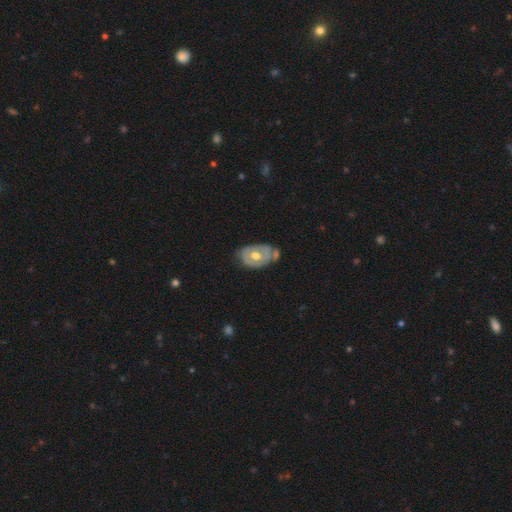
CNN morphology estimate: Q: Smooth or featured?
A: featured or disk (65%); runner-up: smooth (30%)
Q: Edge-on disk?
A: no (94%); runner-up: yes (6%)
Q: Bar?
A: no (79%); runner-up: weak (17%)
Q: Spiral arms?
A: no (63%); runner-up: yes (37%)
Q: Bulge size?
A: moderate (77%); runner-up: large (14%)
Q: Merging?
A: none (49%); runner-up: minor disturbance (30%)